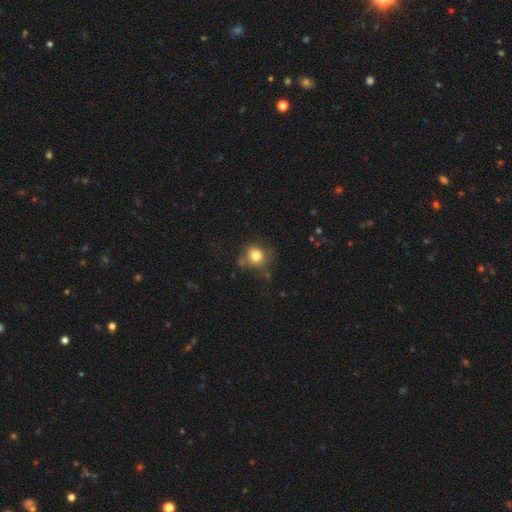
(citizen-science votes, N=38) A smooth galaxy with no disk features (74%) that is round (79%).

Vote fractions:
- Smooth or featured? smooth: 74% / featured or disk: 18% / star or artifact: 8%
- How rounded? round: 79% / in between: 21% / cigar-shaped: 0%
- Merging? none: 57% / minor disturbance: 26% / major disturbance: 9% / merger: 9%